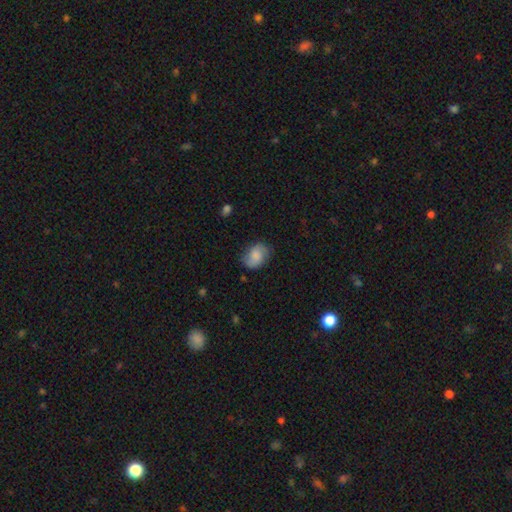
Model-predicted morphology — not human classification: Smooth or featured? Predicted: smooth (p=0.65). How rounded? Predicted: in between (p=0.69). Merging? Predicted: none (p=0.73).